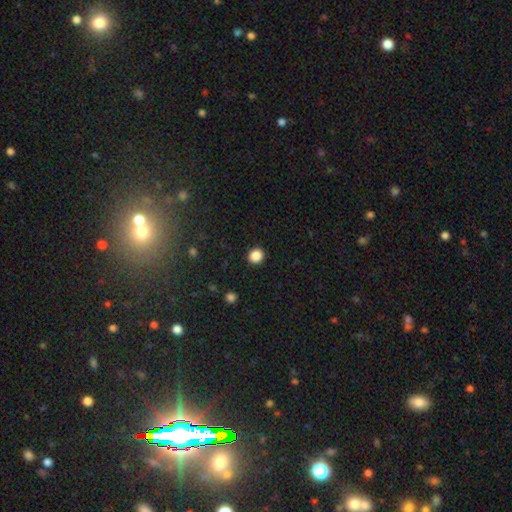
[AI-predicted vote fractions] Smooth or featured: smooth — 87% (star or artifact — 10%)
How rounded: round — 85% (in between — 14%)
Merging: none — 92% (minor disturbance — 5%)